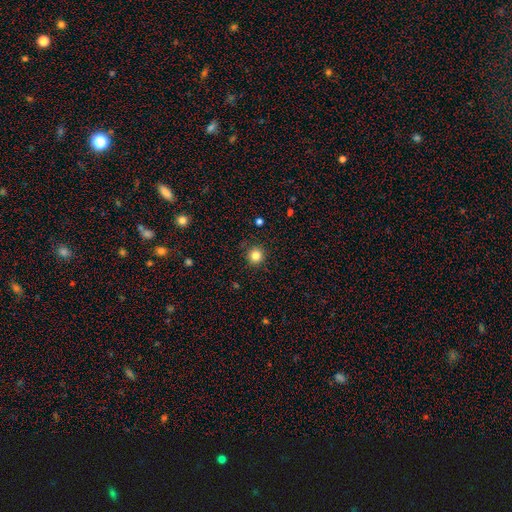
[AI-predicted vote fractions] Smooth or featured? smooth (83%)
How rounded? round (94%)
Merging? none (89%)